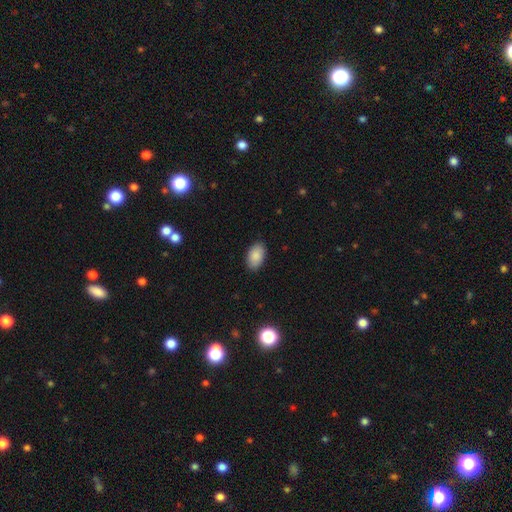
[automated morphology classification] Q: Smooth or featured?
A: smooth (88%); runner-up: star or artifact (7%)
Q: How rounded?
A: in between (93%); runner-up: round (5%)
Q: Merging?
A: none (87%); runner-up: minor disturbance (10%)